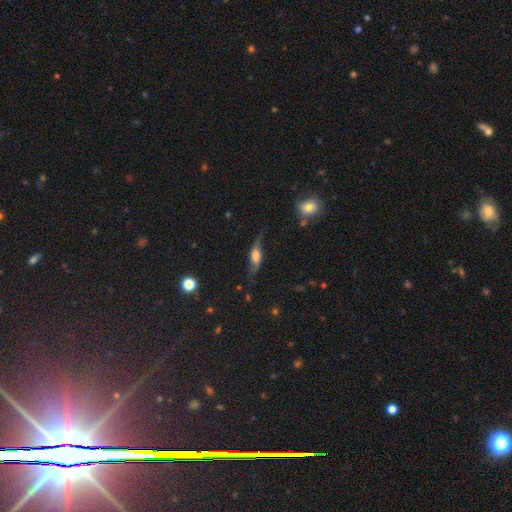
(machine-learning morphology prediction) This is possibly a featured or disk galaxy (59%). It is possibly viewed edge-on (55%). Merging: likely none (63%).